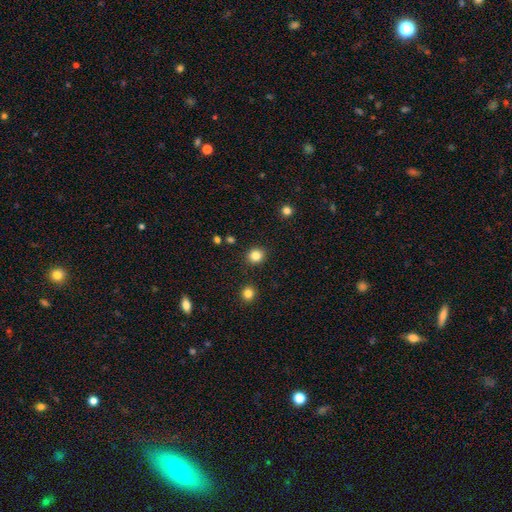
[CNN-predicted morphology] type=smooth (83%); roundness=round (83%); merging=none (90%).